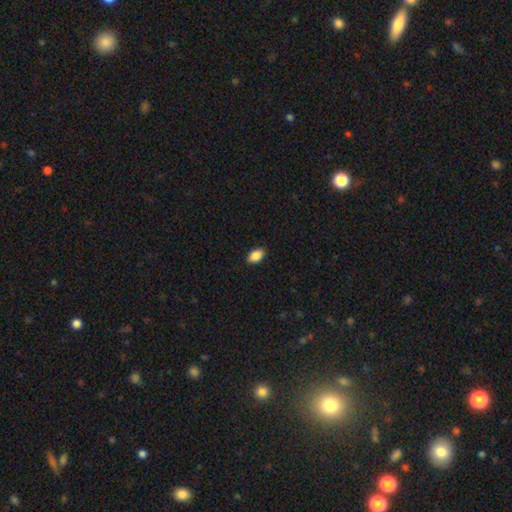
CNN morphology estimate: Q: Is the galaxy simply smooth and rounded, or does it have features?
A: smooth — 89%.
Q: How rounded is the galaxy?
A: in between — 91%.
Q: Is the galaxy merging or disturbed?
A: none — 87%.